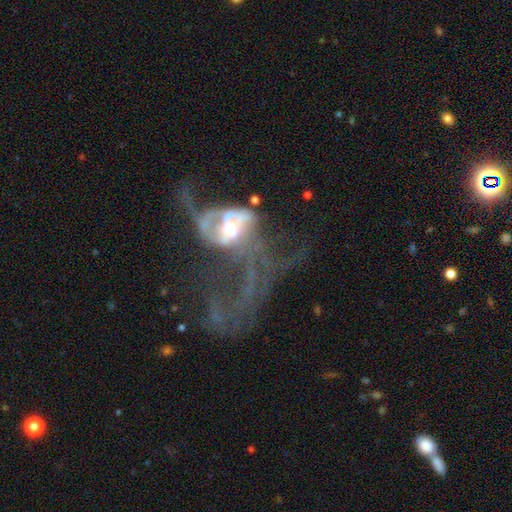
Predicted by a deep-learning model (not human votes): smooth_or_featured: featured or disk (p=0.75) [alt: smooth p=0.14]
disk_edge_on: no (p=0.95) [alt: yes p=0.05]
bar: no (p=0.67) [alt: weak p=0.23]
has_spiral_arms: yes (p=0.64) [alt: no p=0.36]
bulge_size: moderate (p=0.62) [alt: small p=0.21]
merging: major disturbance (p=0.62) [alt: merger p=0.18]